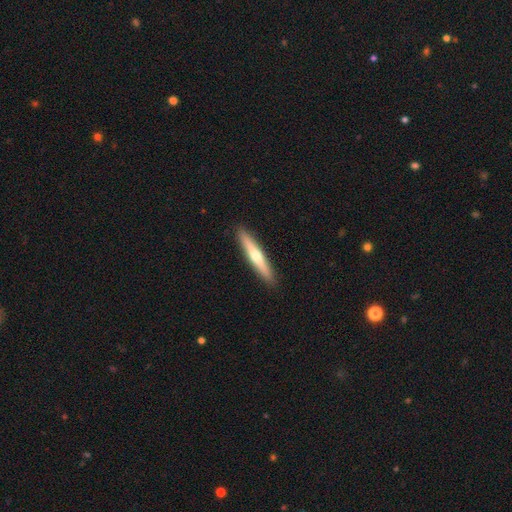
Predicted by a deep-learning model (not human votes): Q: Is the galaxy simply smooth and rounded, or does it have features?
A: featured or disk — 51%.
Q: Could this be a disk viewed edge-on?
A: yes — 96%.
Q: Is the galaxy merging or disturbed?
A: none — 92%.